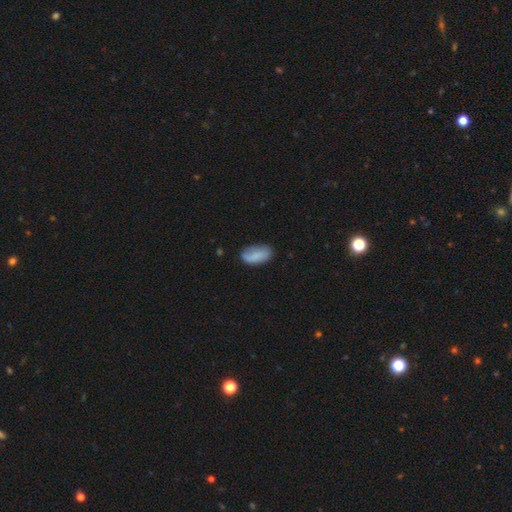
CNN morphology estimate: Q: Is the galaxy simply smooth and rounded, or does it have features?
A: smooth — 81%.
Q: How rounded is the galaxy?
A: in between — 93%.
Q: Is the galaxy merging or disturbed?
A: none — 67%.